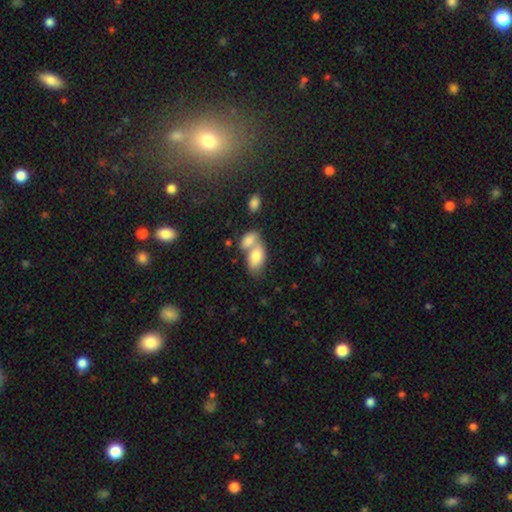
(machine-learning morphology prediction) Smooth or featured? smooth (79%)
How rounded? in between (92%)
Merging? merger (63%)